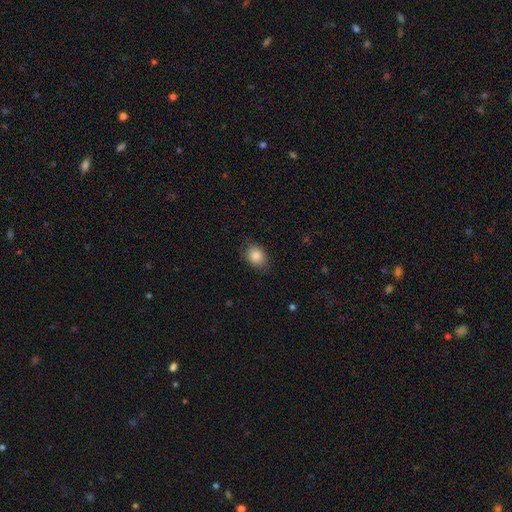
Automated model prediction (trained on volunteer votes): A smooth galaxy with no disk features (84%) that is in between round and cigar-shaped (61%). Merging: none (82%).